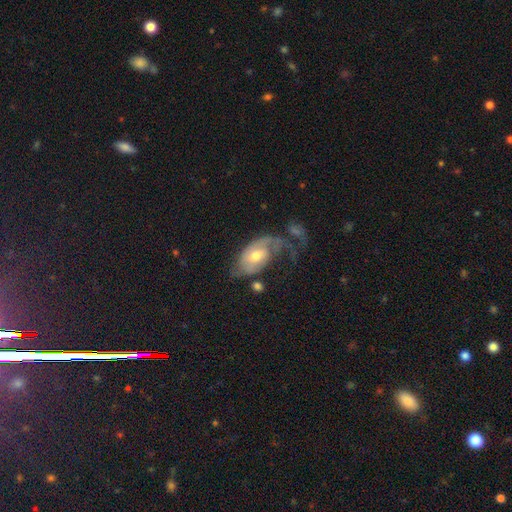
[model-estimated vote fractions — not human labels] smooth_or_featured: featured or disk (p=0.69) [alt: smooth p=0.25]
disk_edge_on: no (p=0.94) [alt: yes p=0.06]
bar: no (p=0.59) [alt: weak p=0.33]
has_spiral_arms: yes (p=0.84) [alt: no p=0.16]
spiral_winding: loose (p=0.37) [alt: medium p=0.36]
spiral_arm_count: 1 (p=0.42) [alt: 2 p=0.39]
bulge_size: moderate (p=0.67) [alt: small p=0.21]
merging: major disturbance (p=0.44) [alt: none p=0.27]